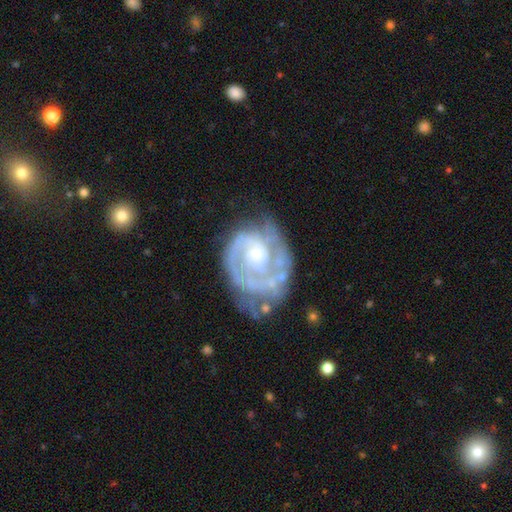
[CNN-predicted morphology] This is clearly a featured or disk galaxy (85%). It is clearly not viewed edge-on (98%). Bar: likely no (71%). Spiral arm pattern: clearly yes (91%). Spiral arm count: marginally 2 (34%). Spiral winding: likely tight (63%). Central bulge: marginally small (43%). Merging: possibly none (52%).